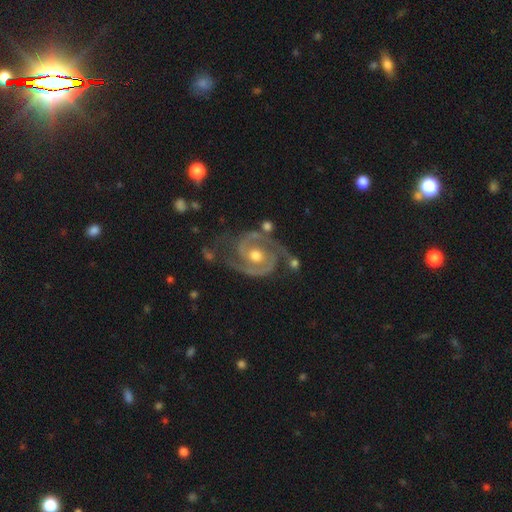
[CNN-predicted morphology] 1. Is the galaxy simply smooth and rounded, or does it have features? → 93% featured or disk, 4% star or artifact, 3% smooth.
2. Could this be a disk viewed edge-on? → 98% no, 2% yes.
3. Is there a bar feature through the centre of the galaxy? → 66% no, 25% weak, 9% strong.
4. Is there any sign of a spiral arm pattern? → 98% yes, 2% no.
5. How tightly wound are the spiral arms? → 50% tight, 43% medium, 6% loose.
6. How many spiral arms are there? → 93% 2, 2% 3, 2% can't tell, 1% 1, 1% 4, 1% more than 4.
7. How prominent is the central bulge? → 78% moderate, 14% small, 6% large, 1% none, 1% dominant.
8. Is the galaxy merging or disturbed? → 69% none, 20% minor disturbance, 7% major disturbance, 5% merger.